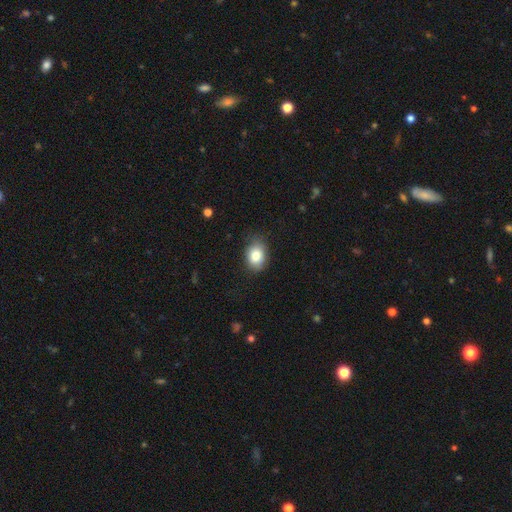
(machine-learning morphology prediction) type=smooth (81%); roundness=in between (69%); merging=none (75%).